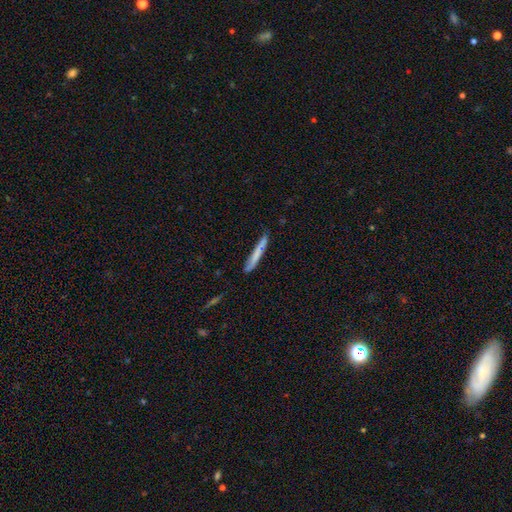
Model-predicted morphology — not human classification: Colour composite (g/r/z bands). It shows a smooth galaxy with no disk features (63%) that is cigar-shaped (96%). Merging: none (82%).